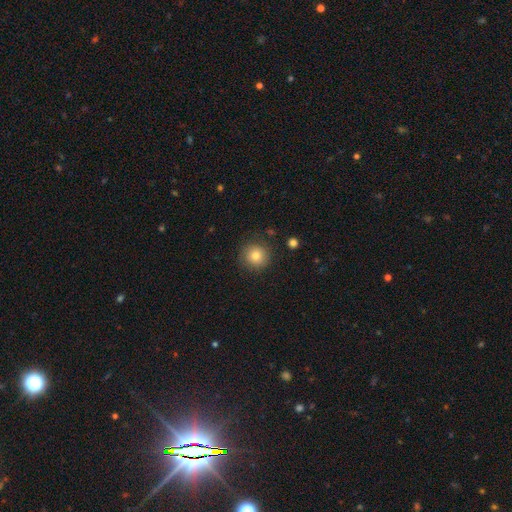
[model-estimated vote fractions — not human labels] Morphology: type=smooth (80%); roundness=round (93%); merging=none (85%).